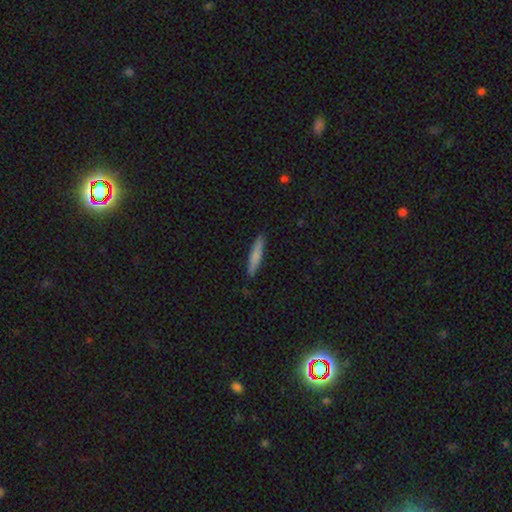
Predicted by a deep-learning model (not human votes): This is likely a smooth galaxy (76%). How rounded: clearly cigar-shaped (92%). Merging: clearly none (89%).